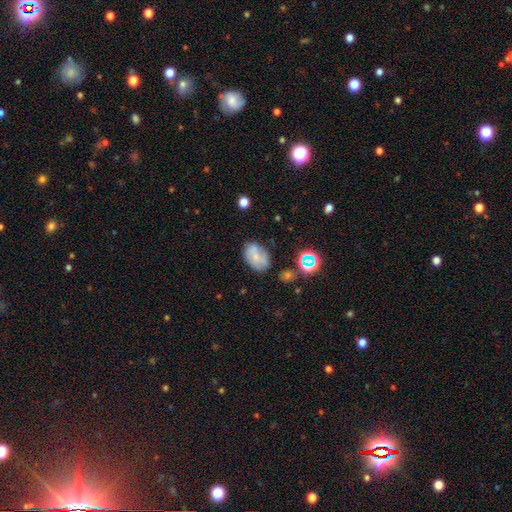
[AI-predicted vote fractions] This appears to be a smooth galaxy with no disk features (56%) that is in between round and cigar-shaped (82%). Merging: none (60%).